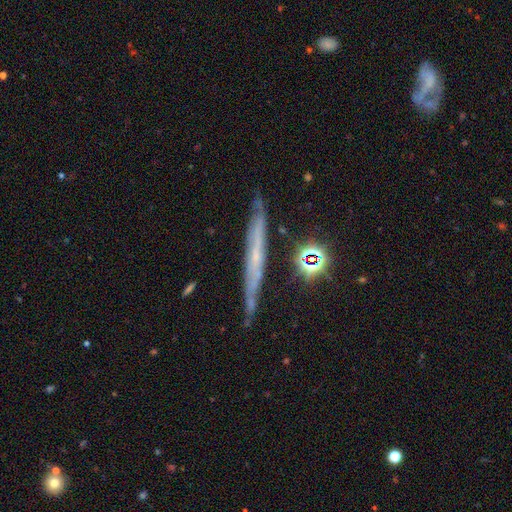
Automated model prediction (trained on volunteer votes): Overall: featured or disk (63%; smooth 25%). Edge-on disk: yes (88%). Edge-on bulge: none (74%). Merging: none (78%).